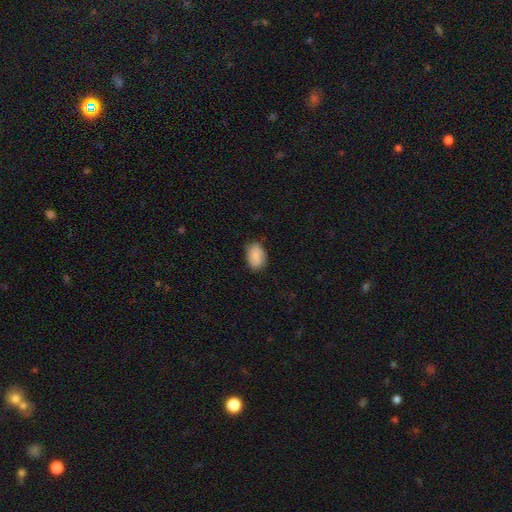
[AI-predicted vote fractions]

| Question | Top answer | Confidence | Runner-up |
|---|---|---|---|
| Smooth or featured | smooth | 83% | featured or disk (10%) |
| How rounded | in between | 84% | round (15%) |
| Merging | none | 78% | minor disturbance (18%) |